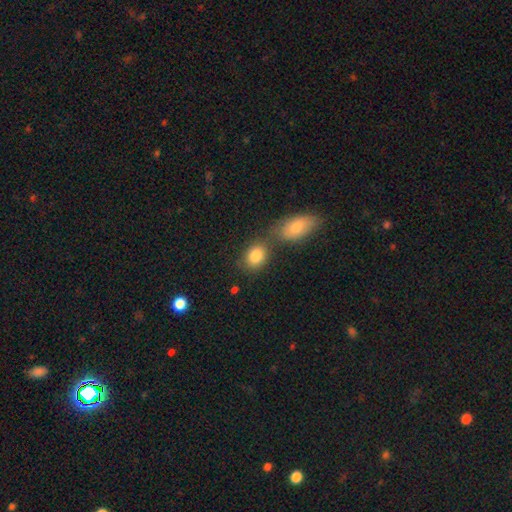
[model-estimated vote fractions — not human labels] This appears to be a smooth galaxy with no disk features (83%) that is in between round and cigar-shaped (61%). Merging: none (52%).